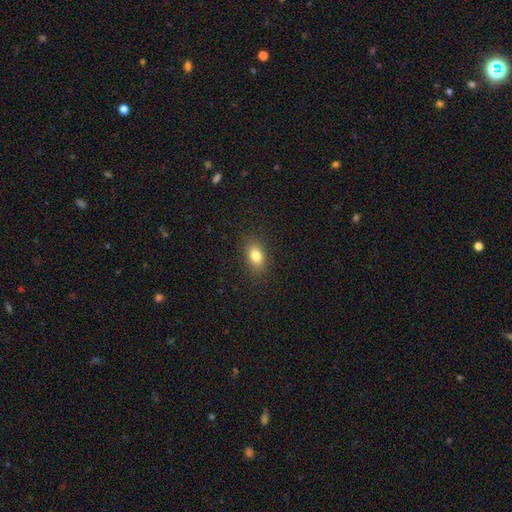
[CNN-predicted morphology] Smooth or featured? Predicted: smooth (p=0.81). How rounded? Predicted: in between (p=0.82). Merging? Predicted: none (p=0.87).